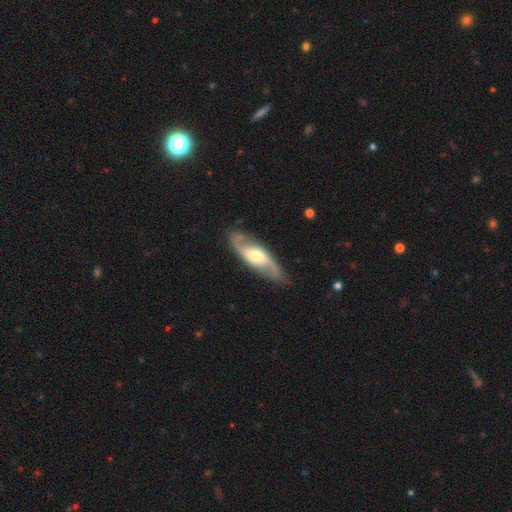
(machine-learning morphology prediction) Q: Smooth or featured?
A: featured or disk (77%); runner-up: smooth (19%)
Q: Edge-on disk?
A: no (85%); runner-up: yes (15%)
Q: Bar?
A: no (54%); runner-up: weak (33%)
Q: Spiral arms?
A: yes (91%); runner-up: no (9%)
Q: Spiral winding?
A: loose (50%); runner-up: medium (37%)
Q: Spiral arm count?
A: 2 (90%); runner-up: can't tell (5%)
Q: Bulge size?
A: moderate (56%); runner-up: small (26%)
Q: Merging?
A: none (82%); runner-up: minor disturbance (12%)